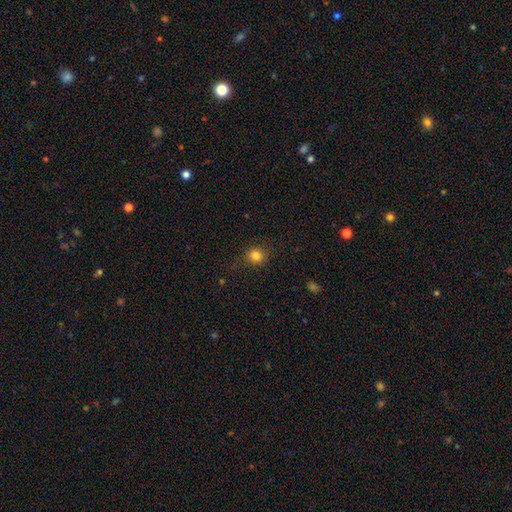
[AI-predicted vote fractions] This appears to be a smooth galaxy with no disk features (82%) that is round (87%). Merging: none (87%).